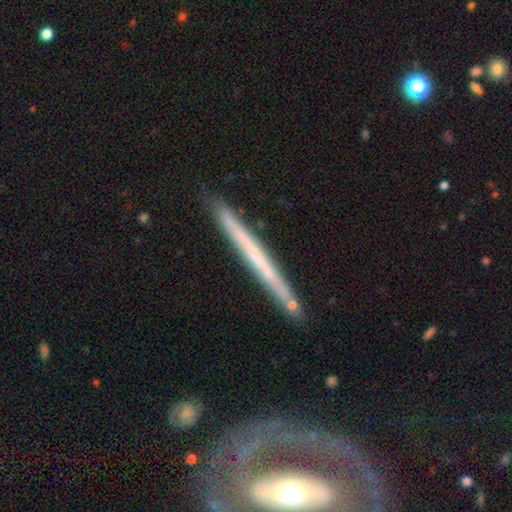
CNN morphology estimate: smooth-or-featured: featured or disk: 59% | smooth: 35% | star or artifact: 6%
  disk-edge-on: yes: 96% | no: 4%
    edge-on-bulge: none: 86% | rounded: 10% | boxy: 4%
  merging: none: 83% | minor disturbance: 11% | merger: 4% | major disturbance: 2%